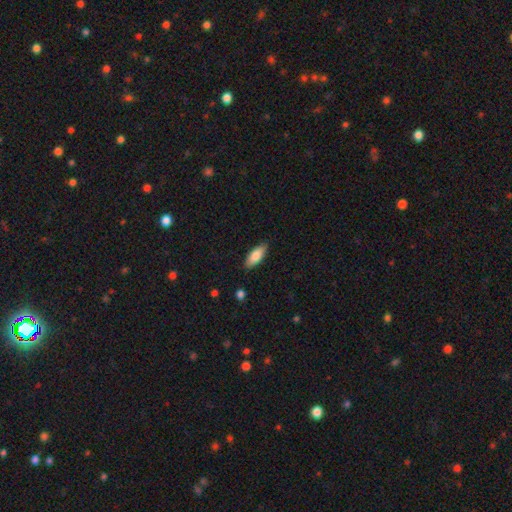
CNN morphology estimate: smooth 82%, featured or disk 12%, star or artifact 6%. Down the decision tree: how rounded — in between (75%); merging — none (86%).